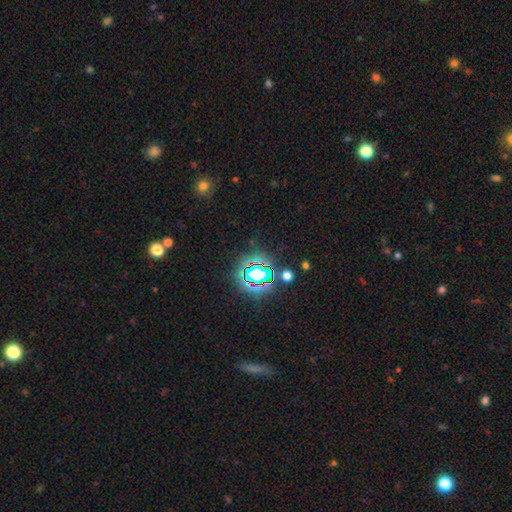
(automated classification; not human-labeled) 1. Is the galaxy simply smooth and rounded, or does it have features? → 78% star or artifact, 14% smooth, 8% featured or disk.